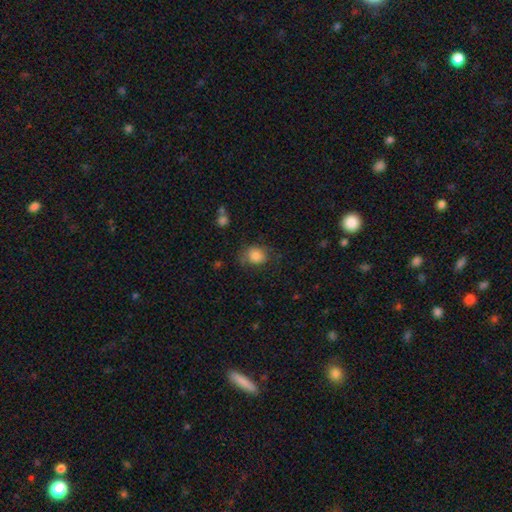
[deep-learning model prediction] Smooth or featured?
  - smooth: 83% *
  - star or artifact: 9%
  - featured or disk: 9%
How rounded?
  - round: 58% *
  - in between: 42%
  - cigar-shaped: 1%
Merging?
  - none: 63% *
  - minor disturbance: 25%
  - major disturbance: 11%
  - merger: 2%